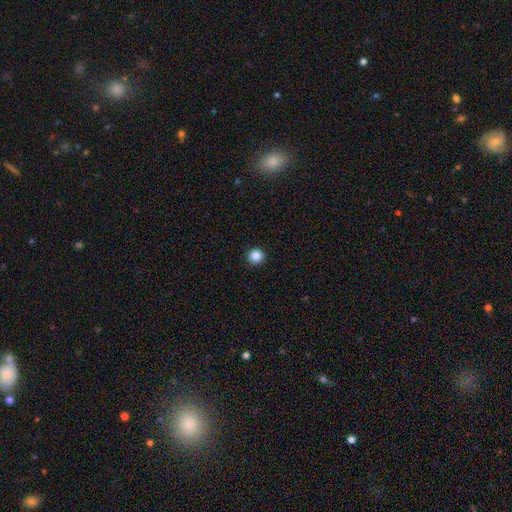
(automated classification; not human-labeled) Q: Smooth or featured?
A: smooth (86%); runner-up: star or artifact (11%)
Q: How rounded?
A: round (95%); runner-up: in between (4%)
Q: Merging?
A: none (93%); runner-up: minor disturbance (4%)